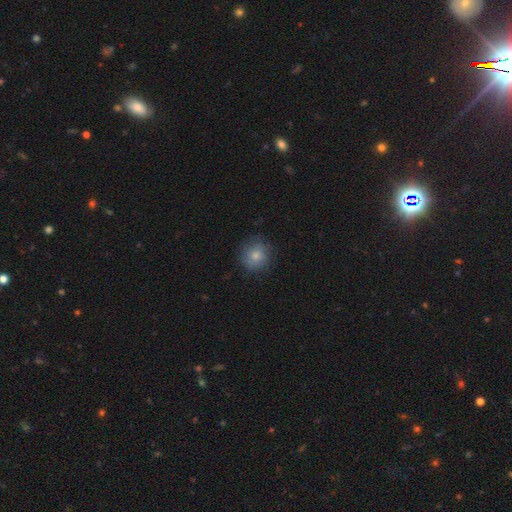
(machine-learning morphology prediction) The model was most divided on "merging": none: 79%, minor disturbance: 16%, major disturbance: 4%, merger: 1%. More confident: how rounded — round (89%); smooth or featured — smooth (79%).